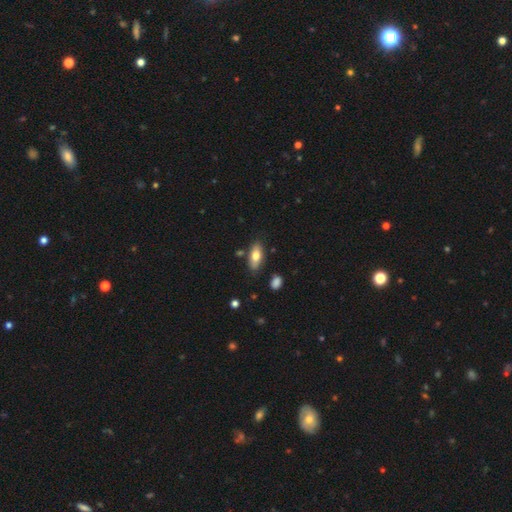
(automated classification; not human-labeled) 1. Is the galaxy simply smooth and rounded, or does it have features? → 74% smooth, 20% featured or disk, 6% star or artifact.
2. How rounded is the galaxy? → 83% in between, 14% cigar-shaped, 3% round.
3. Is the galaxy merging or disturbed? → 80% none, 13% minor disturbance, 4% merger, 3% major disturbance.